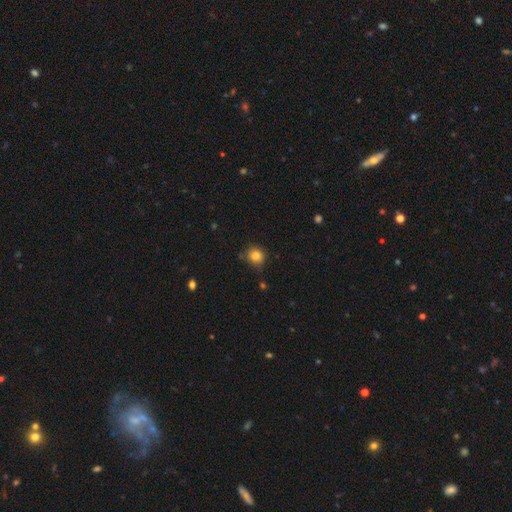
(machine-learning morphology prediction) Smooth or featured?
  - smooth: 83% *
  - star or artifact: 11%
  - featured or disk: 5%
How rounded?
  - round: 85% *
  - in between: 14%
  - cigar-shaped: 1%
Merging?
  - none: 77% *
  - minor disturbance: 17%
  - major disturbance: 3%
  - merger: 3%